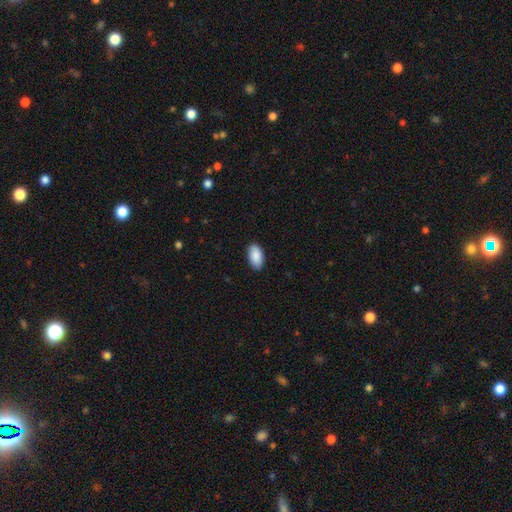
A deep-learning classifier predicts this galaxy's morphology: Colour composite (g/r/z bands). It shows a smooth galaxy with no disk features (90%) that is in between round and cigar-shaped (95%). Merging: none (89%).